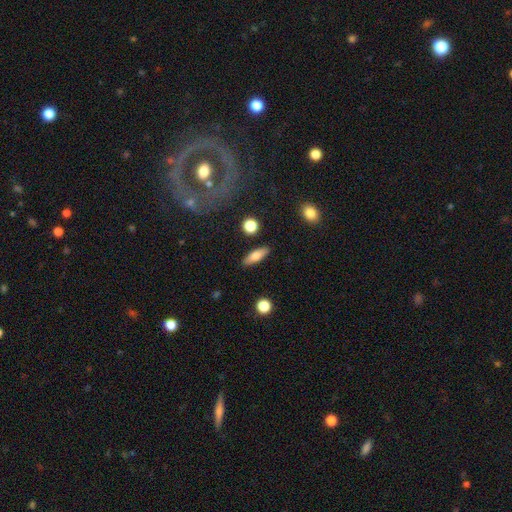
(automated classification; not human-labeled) Q: Smooth or featured?
A: smooth (73%); runner-up: featured or disk (20%)
Q: How rounded?
A: in between (53%); runner-up: cigar-shaped (43%)
Q: Merging?
A: none (87%); runner-up: minor disturbance (9%)